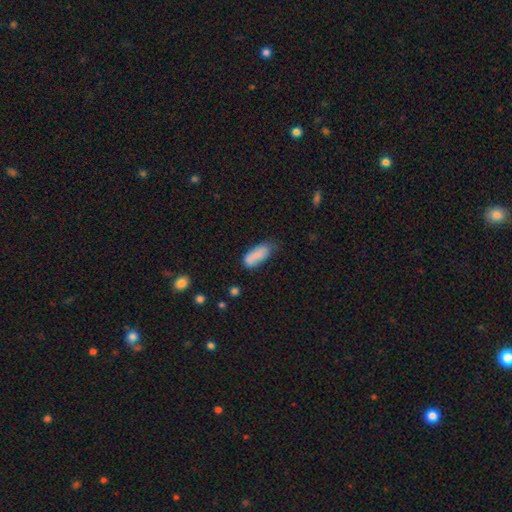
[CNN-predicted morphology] This is clearly a smooth galaxy (81%). How rounded: likely in between (79%). Merging: possibly none (52%).